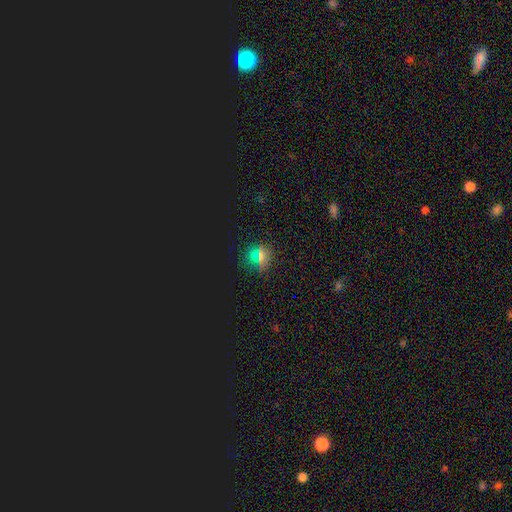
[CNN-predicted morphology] Smooth or featured? star or artifact (48%)